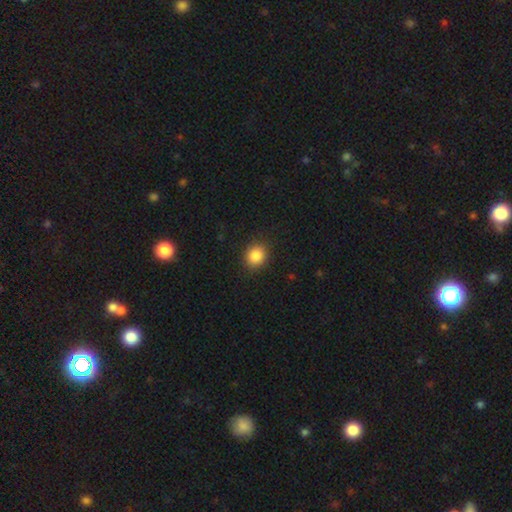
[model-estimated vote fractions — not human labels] Overall: smooth (86%). How rounded: round (75%). Merging: none (88%).